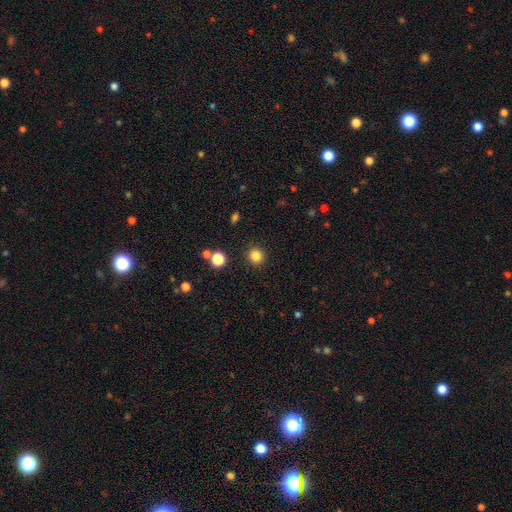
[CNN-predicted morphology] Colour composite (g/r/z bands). It shows a smooth galaxy with no disk features (83%) that is round (92%). Merging: none (91%).